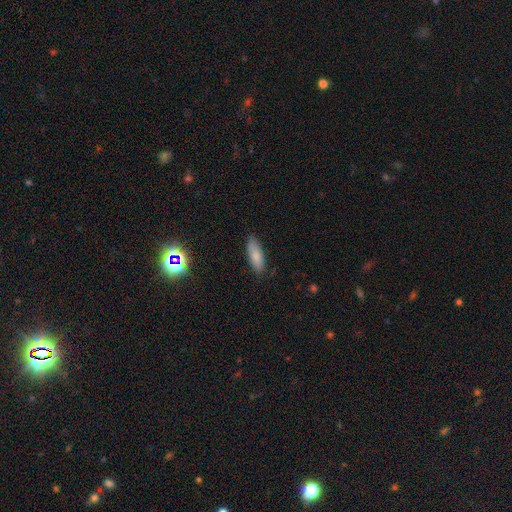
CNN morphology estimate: A smooth galaxy with no disk features (84%) that is in between round and cigar-shaped (61%).

Vote fractions:
- Smooth or featured? smooth: 84% / featured or disk: 9% / star or artifact: 7%
- How rounded? in between: 61% / cigar-shaped: 38% / round: 2%
- Merging? none: 84% / minor disturbance: 13% / major disturbance: 2% / merger: 1%